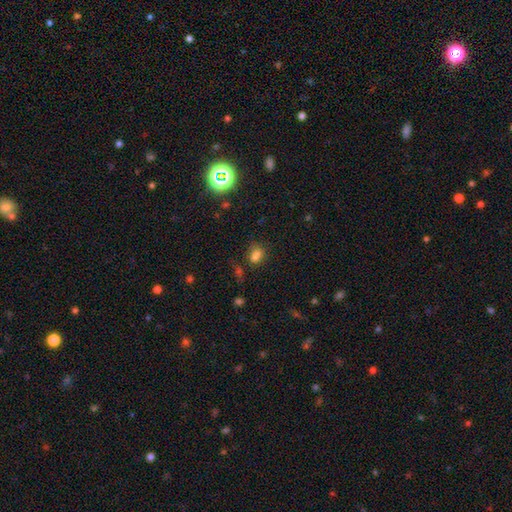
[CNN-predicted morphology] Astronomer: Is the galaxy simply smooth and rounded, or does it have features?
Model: smooth — 71%.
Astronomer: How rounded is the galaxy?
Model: in between — 69%.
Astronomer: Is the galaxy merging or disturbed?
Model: none — 57%.